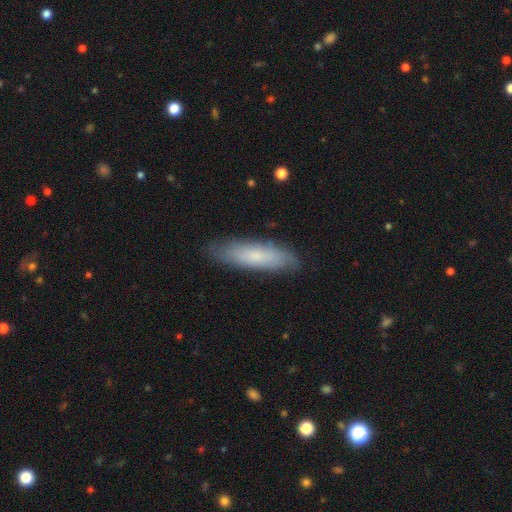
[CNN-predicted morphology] Smooth or featured?
  - smooth: 68% *
  - featured or disk: 25%
  - star or artifact: 7%
How rounded?
  - cigar-shaped: 62% *
  - in between: 37%
  - round: 2%
Merging?
  - none: 82% *
  - minor disturbance: 14%
  - major disturbance: 3%
  - merger: 1%